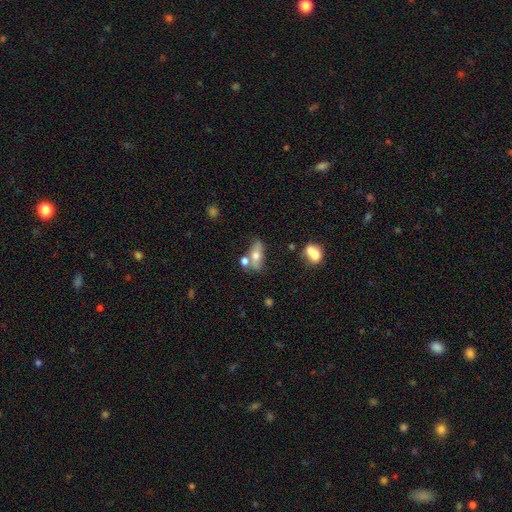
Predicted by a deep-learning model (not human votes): Overall: smooth (57%; featured or disk 33%). How rounded: in between (73%). Merging: none (48%; merger 28%).